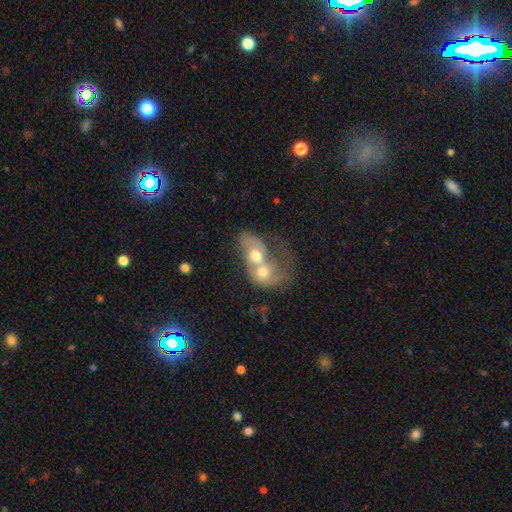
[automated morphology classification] Q: Smooth or featured?
A: featured or disk (47%); runner-up: smooth (45%)
Q: Merging?
A: merger (85%); runner-up: major disturbance (6%)